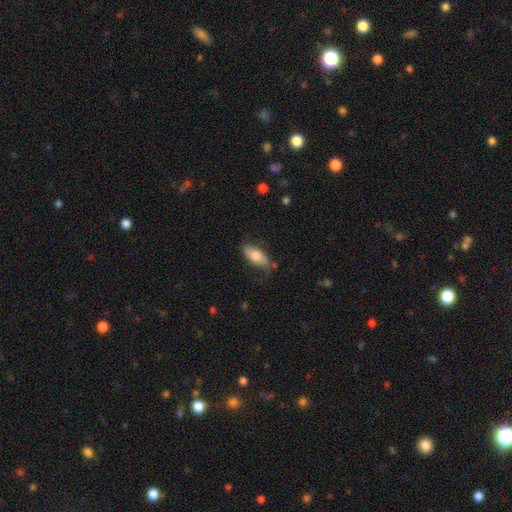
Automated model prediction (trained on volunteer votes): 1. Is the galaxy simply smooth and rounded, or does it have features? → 70% smooth, 24% featured or disk, 6% star or artifact.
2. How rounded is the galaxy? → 83% in between, 14% cigar-shaped, 3% round.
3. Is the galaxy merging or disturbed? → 69% none, 23% minor disturbance, 6% major disturbance, 2% merger.